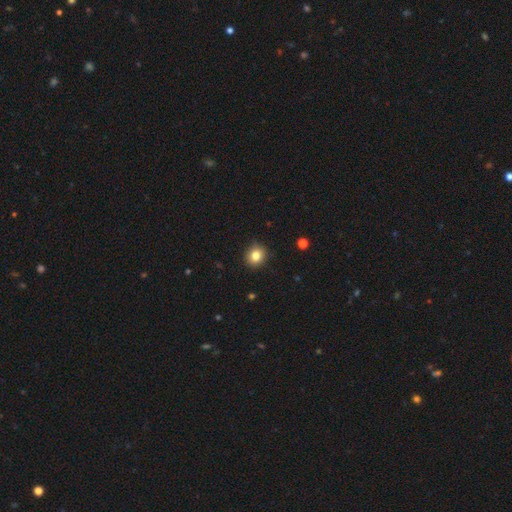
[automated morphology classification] A smooth galaxy with no disk features (81%) that is round (85%). Merging: none (87%).